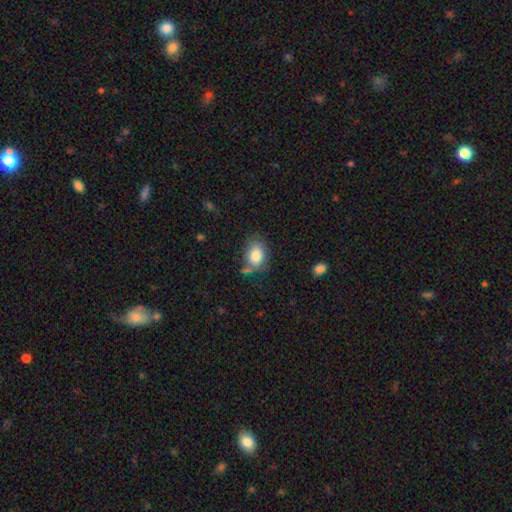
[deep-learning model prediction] smooth-or-featured: smooth: 82% | featured or disk: 9% | star or artifact: 8%
  how-rounded: in between: 78% | round: 21% | cigar-shaped: 1%
  merging: none: 63% | minor disturbance: 22% | merger: 8% | major disturbance: 7%